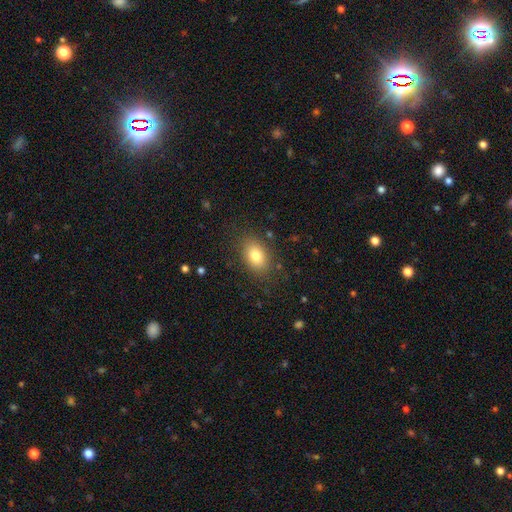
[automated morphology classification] Smooth or featured: smooth — 79% (featured or disk — 11%)
How rounded: in between — 79% (round — 20%)
Merging: none — 84% (minor disturbance — 11%)